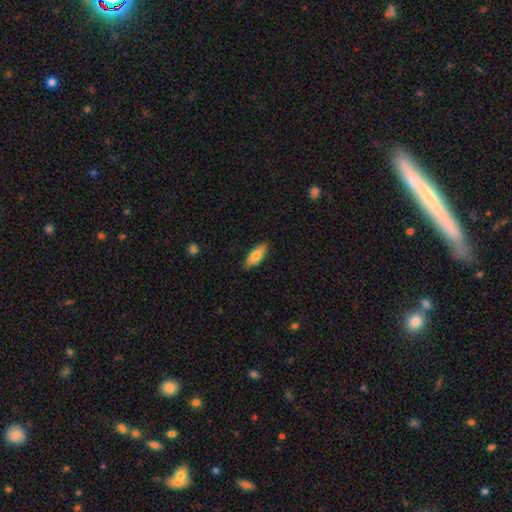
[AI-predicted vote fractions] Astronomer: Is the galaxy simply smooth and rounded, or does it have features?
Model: smooth — 78%.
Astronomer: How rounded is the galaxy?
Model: in between — 71%.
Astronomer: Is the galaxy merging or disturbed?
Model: none — 87%.